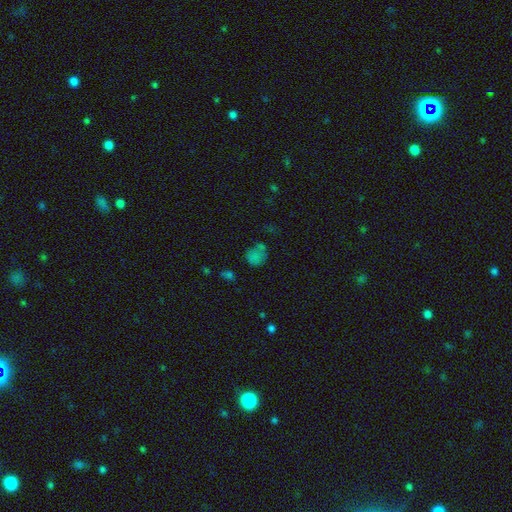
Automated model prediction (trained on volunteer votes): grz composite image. It shows a smooth galaxy with no disk features (67%) that is round (74%). Merging: none (54%).